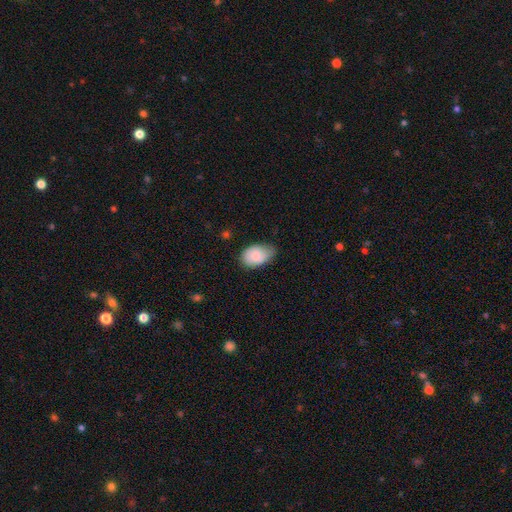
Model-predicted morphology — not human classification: A smooth galaxy with no disk features (83%) that is in between round and cigar-shaped (89%). Merging: none (57%).